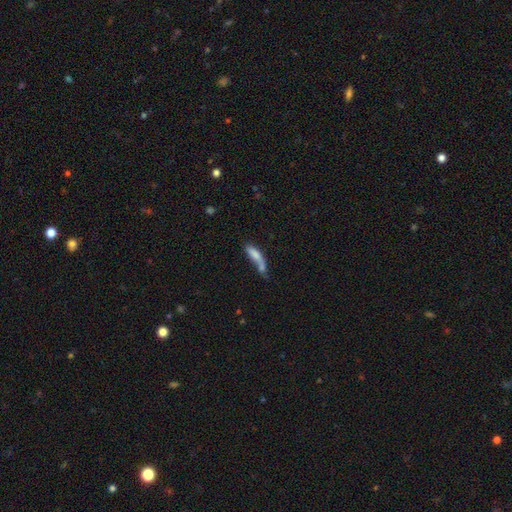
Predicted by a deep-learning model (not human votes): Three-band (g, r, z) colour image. It shows a smooth galaxy with no disk features (72%) that is cigar-shaped (53%). Merging: merger (45%).